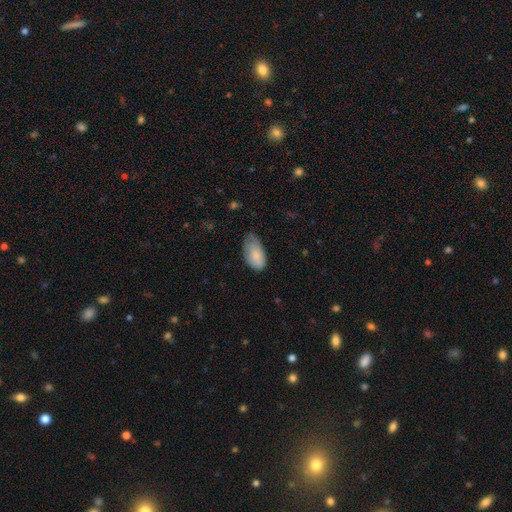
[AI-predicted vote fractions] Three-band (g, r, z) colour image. It shows a smooth galaxy with no disk features (84%) that is in between round and cigar-shaped (95%). Merging: none (48%).